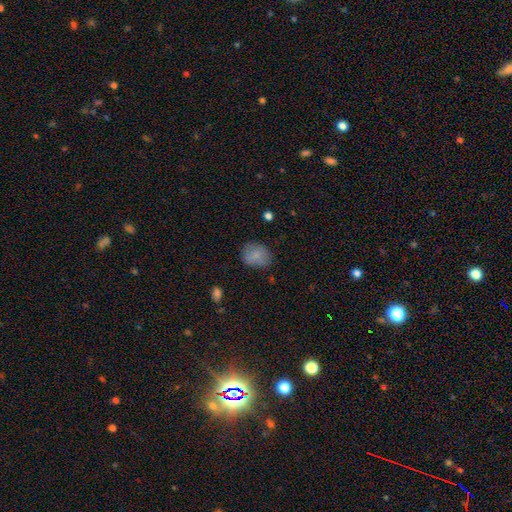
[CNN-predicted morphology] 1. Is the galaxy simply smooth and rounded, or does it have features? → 80% smooth, 11% featured or disk, 9% star or artifact.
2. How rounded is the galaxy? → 55% round, 44% in between, 1% cigar-shaped.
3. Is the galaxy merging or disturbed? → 71% none, 21% minor disturbance, 6% major disturbance, 3% merger.